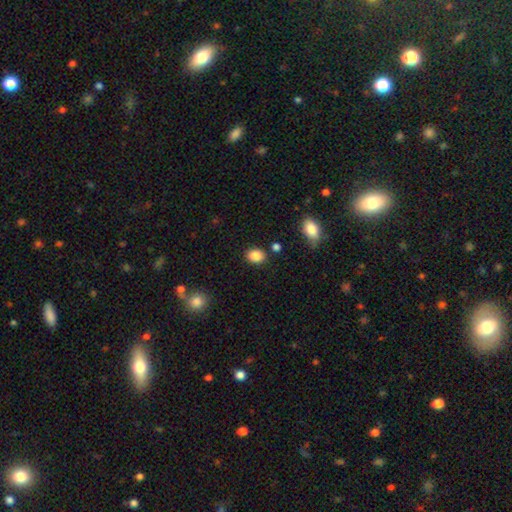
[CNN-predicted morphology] This appears to be a smooth galaxy with no disk features (87%) that is in between round and cigar-shaped (56%). Merging: none (84%).